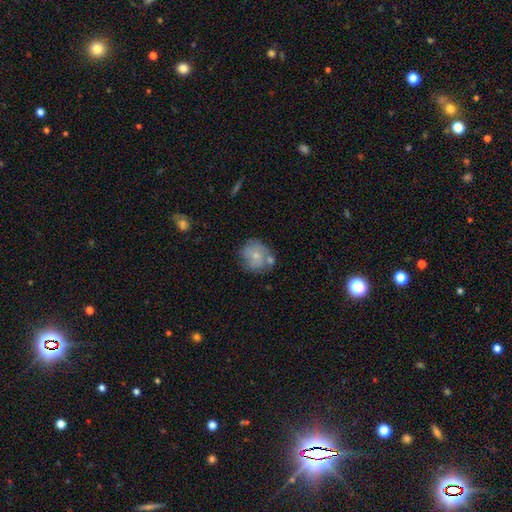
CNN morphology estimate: Smooth or featured? smooth (58%)
How rounded? round (78%)
Merging? none (55%)